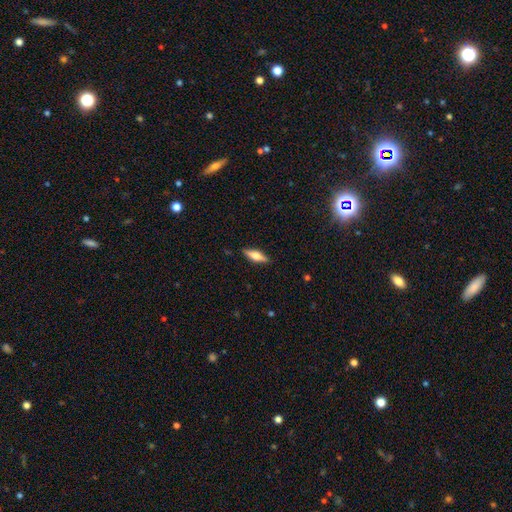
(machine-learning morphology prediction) Smooth or featured: smooth — 48% (featured or disk — 45%)
Merging: none — 89% (minor disturbance — 9%)